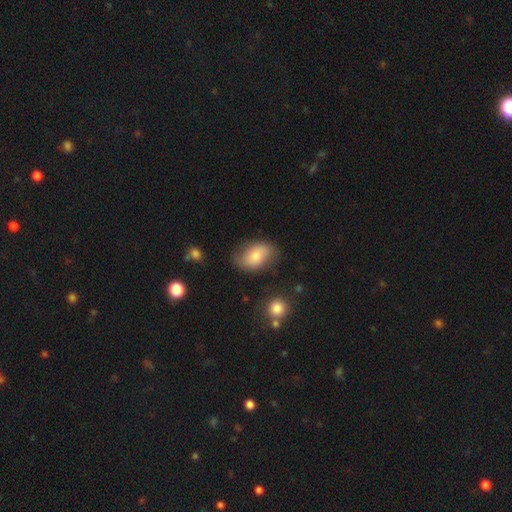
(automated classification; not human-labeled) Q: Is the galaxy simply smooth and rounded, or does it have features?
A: smooth — 67%.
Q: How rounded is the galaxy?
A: in between — 86%.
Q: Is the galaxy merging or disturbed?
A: none — 70%.